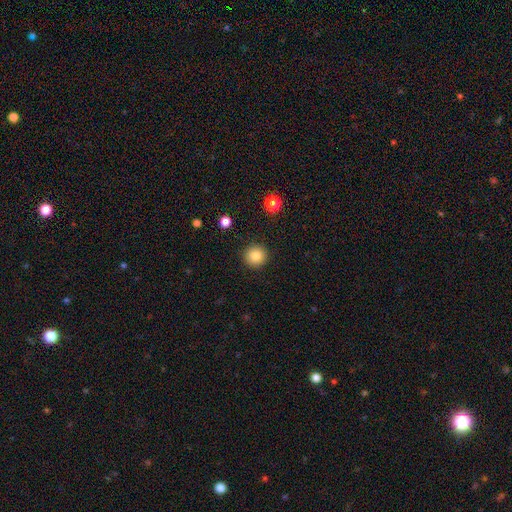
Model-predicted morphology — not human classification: smooth 85%, star or artifact 10%, featured or disk 5%. Down the decision tree: how rounded — round (95%); merging — none (92%).